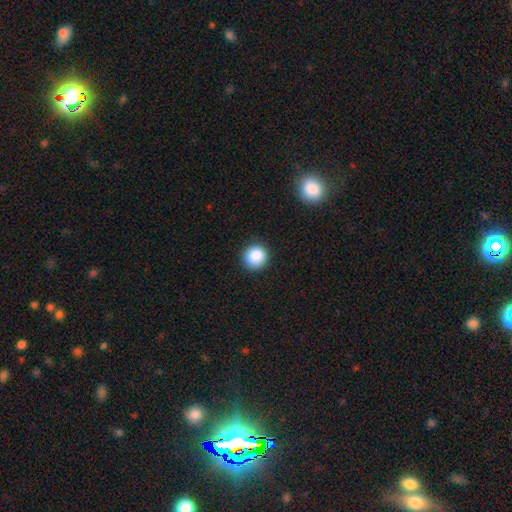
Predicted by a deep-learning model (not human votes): A smooth galaxy with no disk features (87%) that is round (92%). Merging: none (90%).